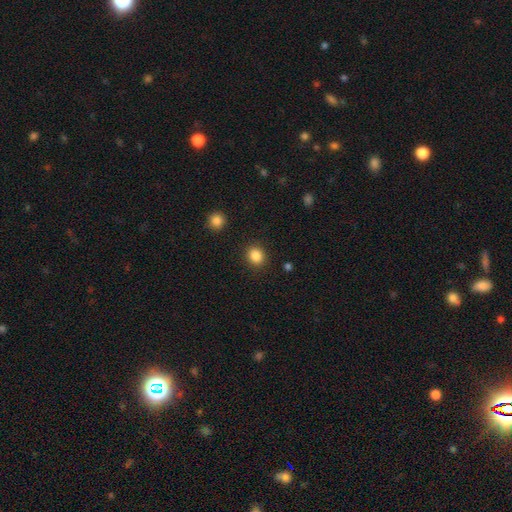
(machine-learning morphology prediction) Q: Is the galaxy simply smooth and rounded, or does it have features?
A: smooth — 86%.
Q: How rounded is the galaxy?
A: round — 71%.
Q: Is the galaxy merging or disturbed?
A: none — 88%.